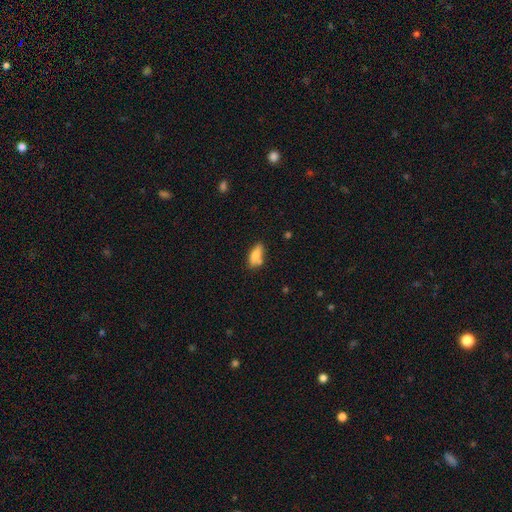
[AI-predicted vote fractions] Morphology: type=smooth (78%); roundness=in between (75%); merging=none (59%).